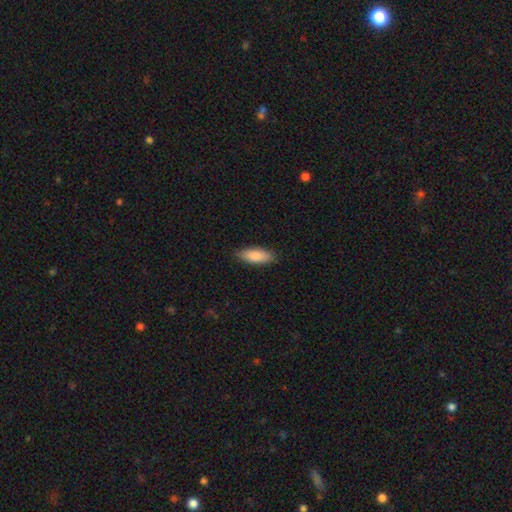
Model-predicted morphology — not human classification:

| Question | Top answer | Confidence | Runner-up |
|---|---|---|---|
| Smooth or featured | smooth | 86% | featured or disk (8%) |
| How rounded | in between | 71% | cigar-shaped (27%) |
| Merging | none | 87% | minor disturbance (10%) |